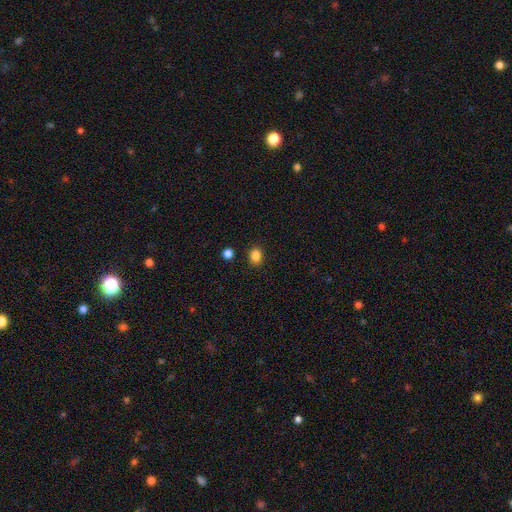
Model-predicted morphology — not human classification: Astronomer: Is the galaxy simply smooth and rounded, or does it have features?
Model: smooth — 85%.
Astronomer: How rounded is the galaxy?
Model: in between — 52% (runner-up: round, 47%).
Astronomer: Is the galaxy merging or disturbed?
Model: none — 87%.